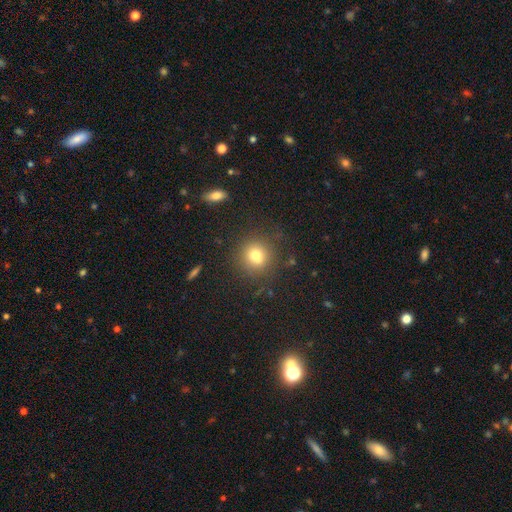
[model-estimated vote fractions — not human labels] Smooth or featured: smooth — 75% (star or artifact — 15%)
How rounded: round — 87% (in between — 12%)
Merging: none — 78% (minor disturbance — 11%)